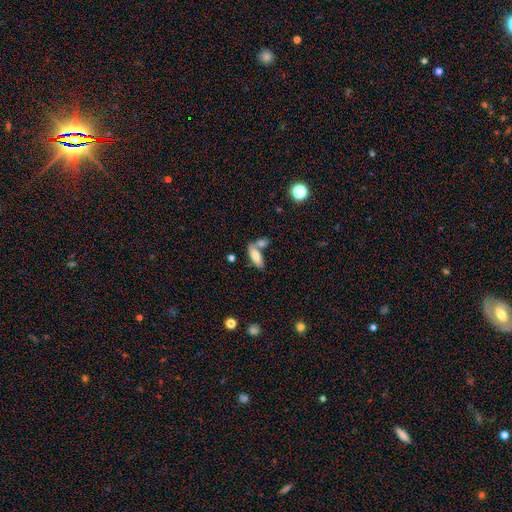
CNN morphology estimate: Smooth or featured? smooth (77%)
How rounded? in between (73%)
Merging? merger (43%)